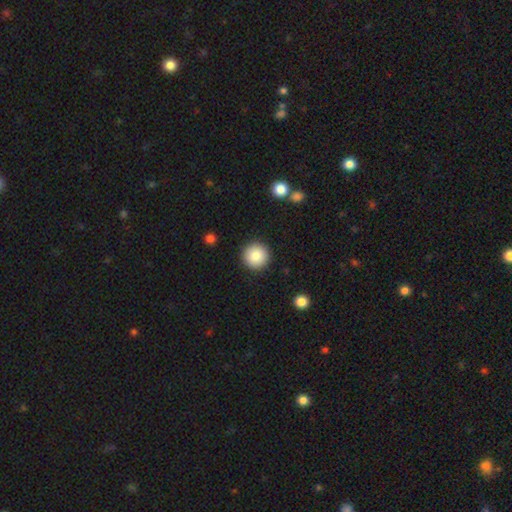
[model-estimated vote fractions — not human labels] smooth 86%, star or artifact 8%, featured or disk 6%. Down the decision tree: how rounded — round (96%); merging — none (92%).